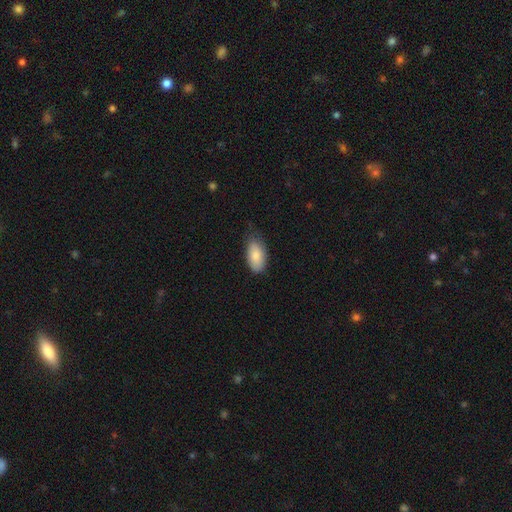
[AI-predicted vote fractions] smooth-or-featured: smooth: 84% | featured or disk: 10% | star or artifact: 6%
  how-rounded: in between: 93% | cigar-shaped: 4% | round: 3%
  merging: none: 59% | minor disturbance: 33% | major disturbance: 7% | merger: 1%